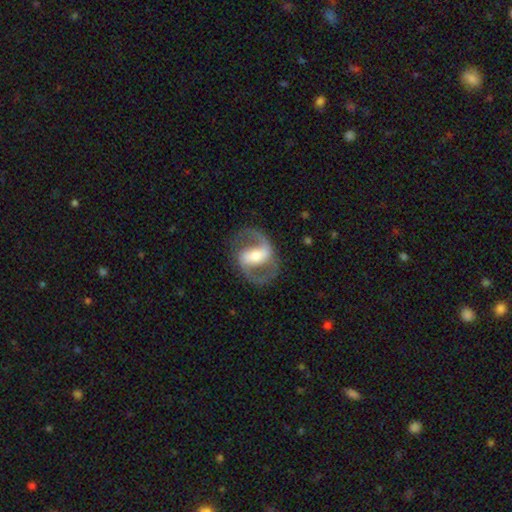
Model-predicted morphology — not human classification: This is clearly a featured or disk galaxy (88%). It is clearly not viewed edge-on (97%). Bar: possibly strong (54%). Spiral arm pattern: clearly yes (94%). Spiral arm count: clearly 2 (92%). Spiral winding: possibly medium (56%). Central bulge: possibly moderate (55%). Merging: clearly none (81%).